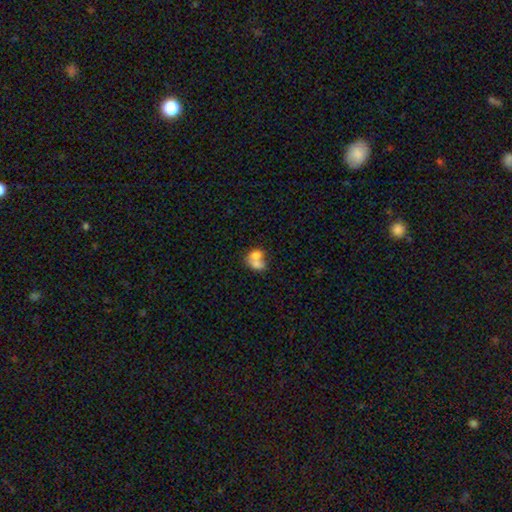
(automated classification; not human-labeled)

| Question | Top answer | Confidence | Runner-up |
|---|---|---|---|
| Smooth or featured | smooth | 70% | featured or disk (22%) |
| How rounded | in between | 64% | round (35%) |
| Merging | merger | 73% | none (16%) |